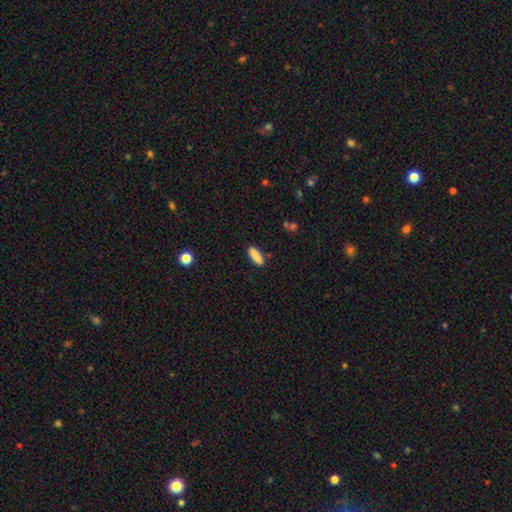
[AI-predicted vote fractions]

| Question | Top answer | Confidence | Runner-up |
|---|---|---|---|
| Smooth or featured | smooth | 87% | star or artifact (7%) |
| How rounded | in between | 54% | cigar-shaped (44%) |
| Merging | none | 87% | minor disturbance (9%) |